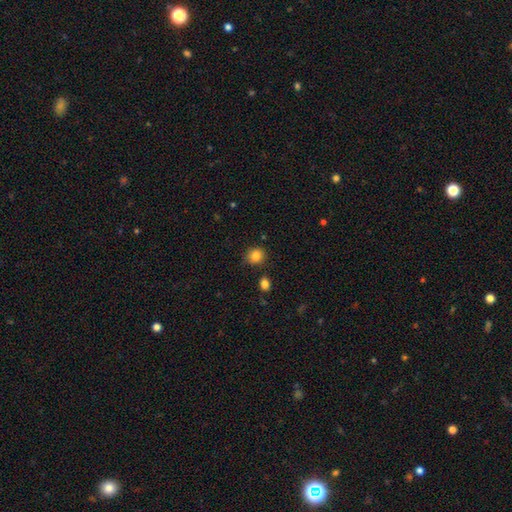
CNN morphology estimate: Smooth or featured: smooth — 85% (star or artifact — 10%)
How rounded: round — 81% (in between — 18%)
Merging: none — 83% (minor disturbance — 11%)